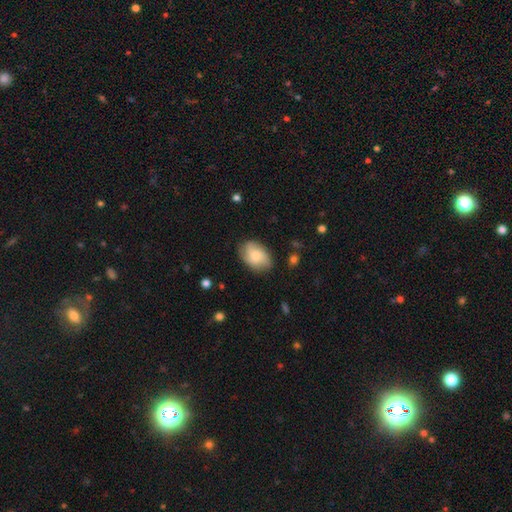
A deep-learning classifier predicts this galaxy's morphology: Q: Smooth or featured?
A: smooth (53%); runner-up: featured or disk (40%)
Q: How rounded?
A: in between (83%); runner-up: round (16%)
Q: Merging?
A: none (76%); runner-up: minor disturbance (18%)